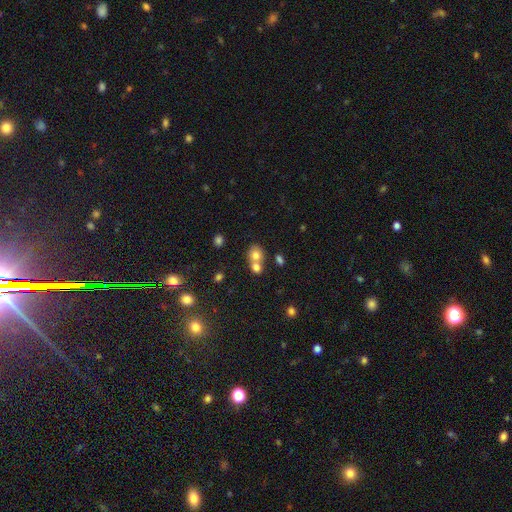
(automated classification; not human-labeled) smooth 75%, featured or disk 13%, star or artifact 13%. Down the decision tree: how rounded — round (70%); merging — merger (55%).